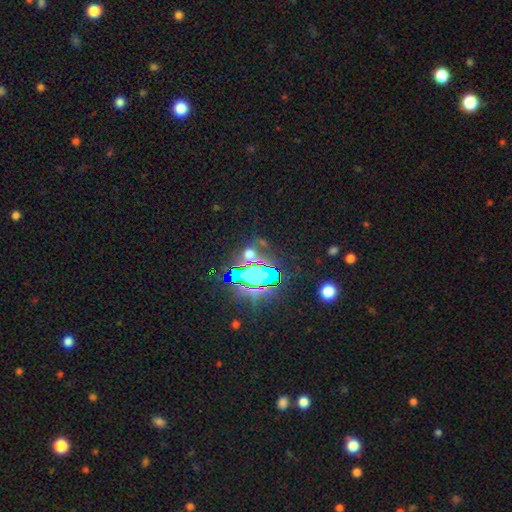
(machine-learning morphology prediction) Smooth or featured: star or artifact — 83% (smooth — 10%)